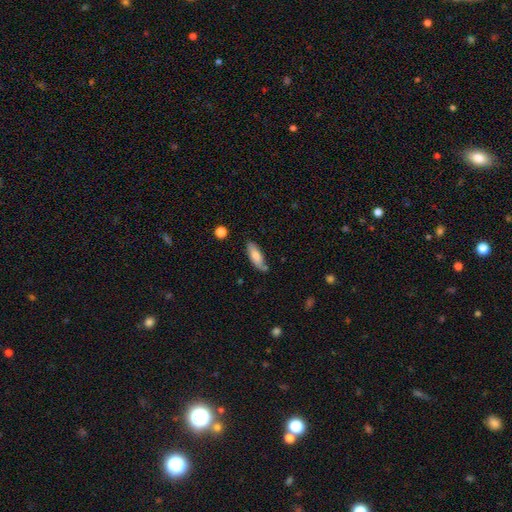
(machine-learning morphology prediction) smooth 73%, featured or disk 21%, star or artifact 6%. Down the decision tree: how rounded — in between (61%); merging — none (72%).